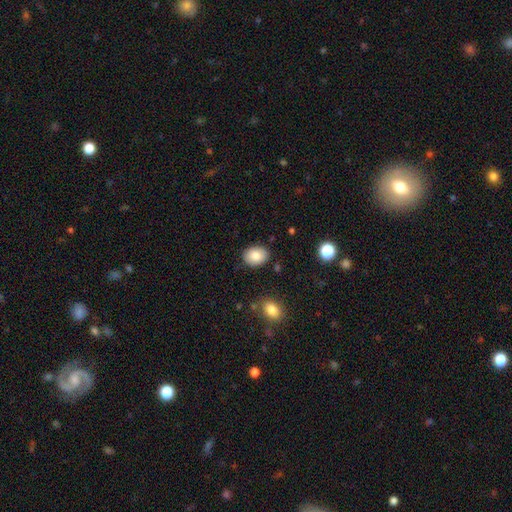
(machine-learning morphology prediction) Smooth or featured? smooth (85%)
How rounded? in between (70%)
Merging? none (86%)